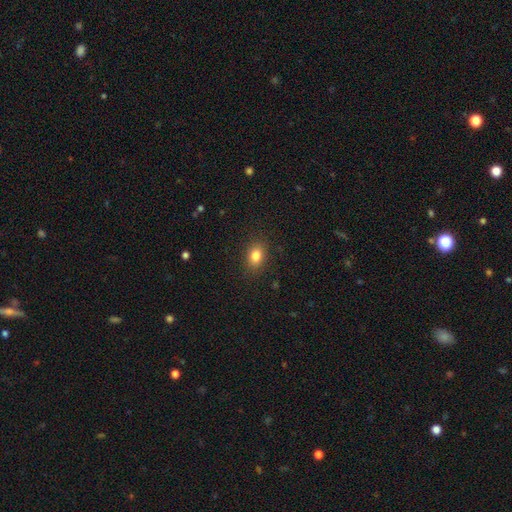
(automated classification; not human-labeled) A smooth galaxy with no disk features (83%) that is in between round and cigar-shaped (72%). Merging: none (87%).